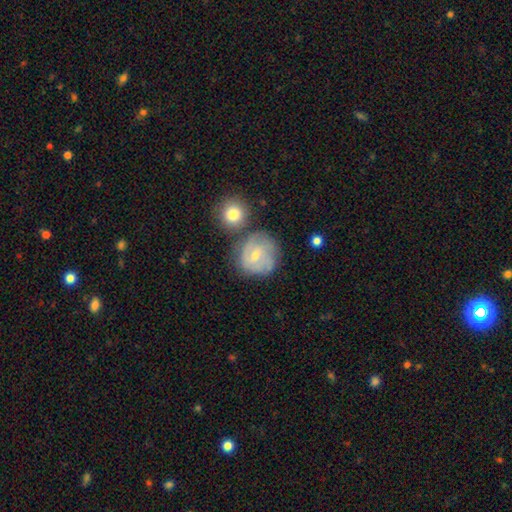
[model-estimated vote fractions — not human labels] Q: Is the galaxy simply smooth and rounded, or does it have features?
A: featured or disk — 62%.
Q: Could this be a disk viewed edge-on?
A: no — 97%.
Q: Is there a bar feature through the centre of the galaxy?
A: no — 52%.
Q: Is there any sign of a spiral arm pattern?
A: yes — 84%.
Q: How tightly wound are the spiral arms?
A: tight — 56%.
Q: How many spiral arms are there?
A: can't tell — 42%.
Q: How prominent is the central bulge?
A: small — 50%.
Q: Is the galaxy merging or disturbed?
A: none — 61%.